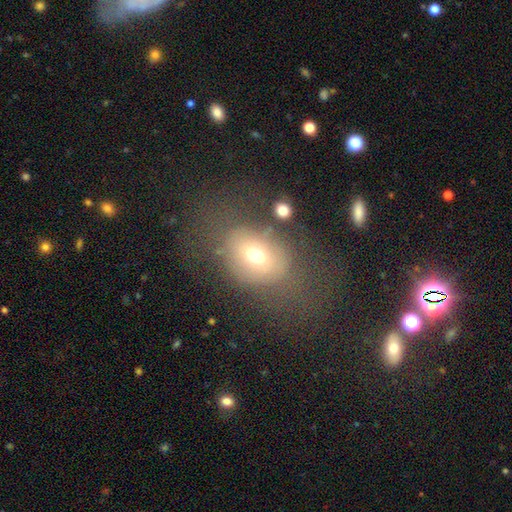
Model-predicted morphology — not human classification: Overall: smooth (64%). How rounded: in between (68%; round 31%). Merging: none (53%; major disturbance 23%).